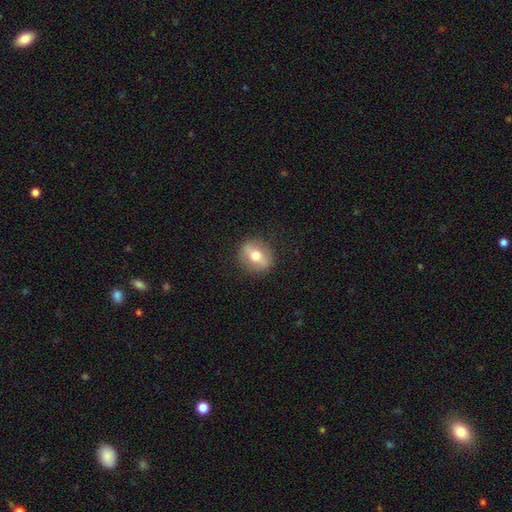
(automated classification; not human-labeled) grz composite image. It shows a smooth galaxy with no disk features (56%) that is round (67%). Merging: none (87%).